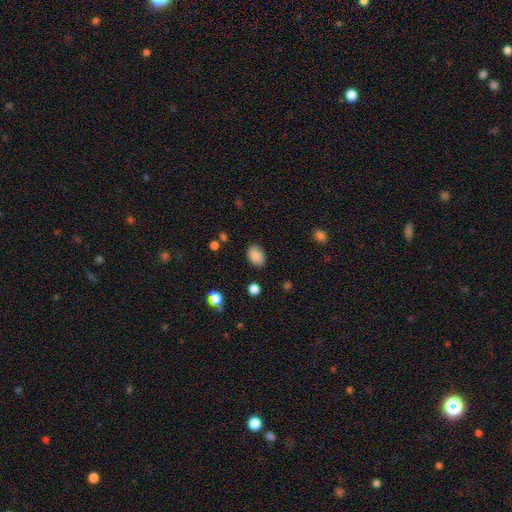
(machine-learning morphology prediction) Q: Smooth or featured?
A: smooth (87%); runner-up: star or artifact (8%)
Q: How rounded?
A: in between (76%); runner-up: round (23%)
Q: Merging?
A: none (84%); runner-up: minor disturbance (12%)